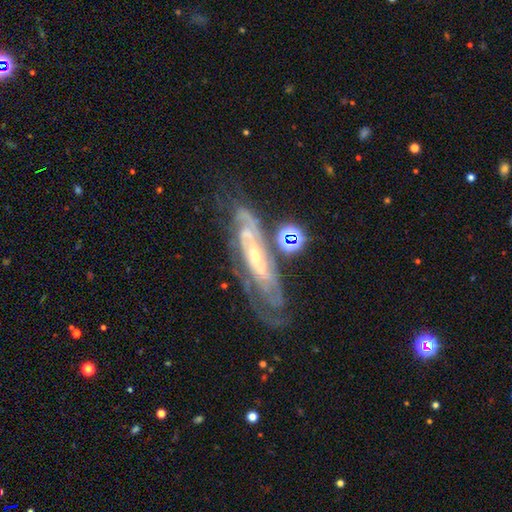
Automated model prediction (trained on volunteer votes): A featured or disk galaxy (83%) with no bar (48%), tight (66%) spiral arms (93%) and a small central bulge (68%). Merging: none (60%).